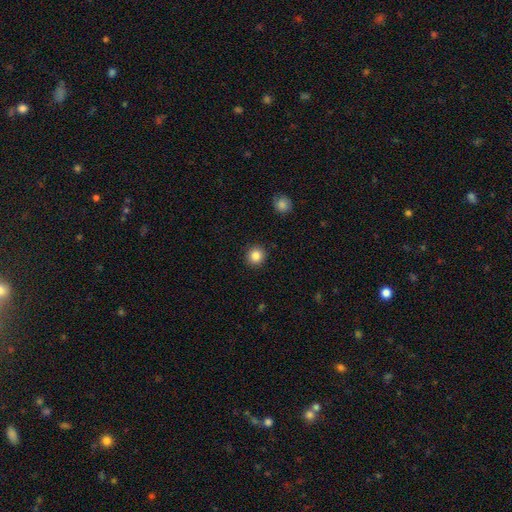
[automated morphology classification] smooth_or_featured: smooth (p=0.85) [alt: star or artifact p=0.10]
how_rounded: round (p=0.92) [alt: in between p=0.07]
merging: none (p=0.92) [alt: minor disturbance p=0.05]